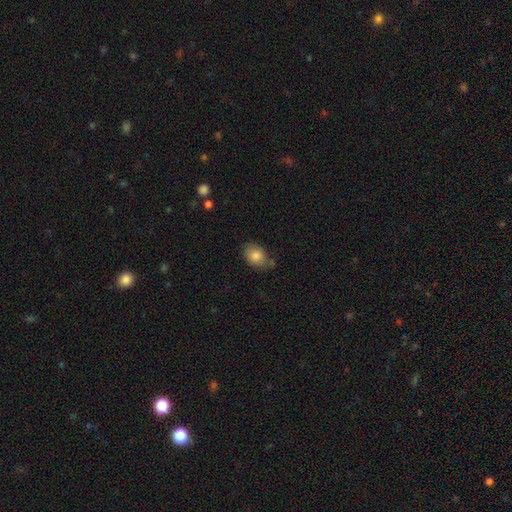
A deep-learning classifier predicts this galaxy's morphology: A smooth galaxy with no disk features (83%) that is in between round and cigar-shaped (68%). Merging: none (67%).